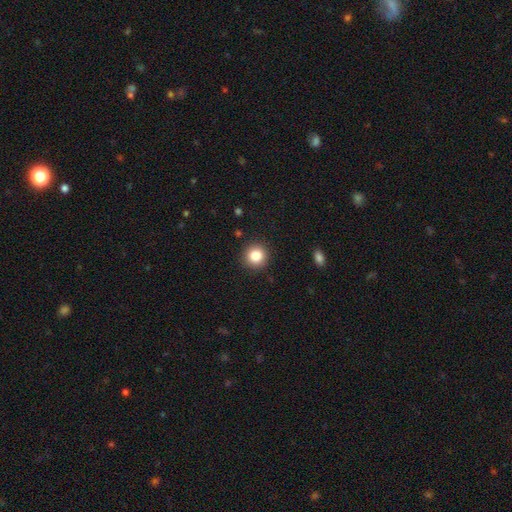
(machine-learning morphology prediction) The model was most divided on "smooth or featured": smooth: 84%, star or artifact: 10%, featured or disk: 6%. More confident: how rounded — round (93%); merging — none (91%).